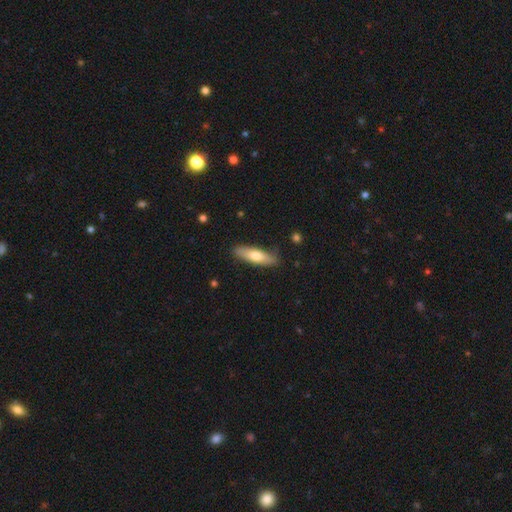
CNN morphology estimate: Smooth or featured?
  - smooth: 67% *
  - featured or disk: 27%
  - star or artifact: 5%
How rounded?
  - cigar-shaped: 64% *
  - in between: 34%
  - round: 2%
Merging?
  - none: 82% *
  - minor disturbance: 14%
  - major disturbance: 3%
  - merger: 1%